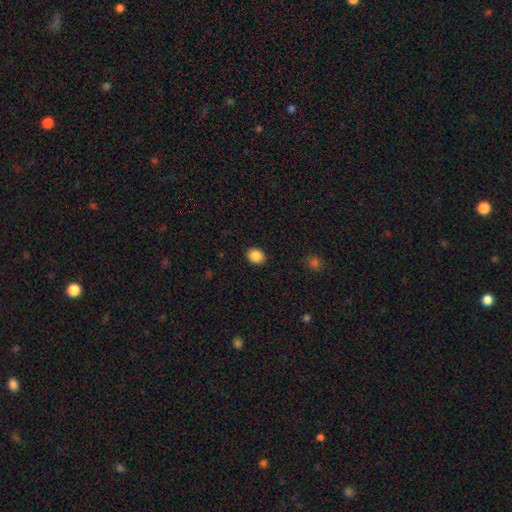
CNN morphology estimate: This appears to be a smooth galaxy with no disk features (87%) that is round (53%). Merging: none (90%).